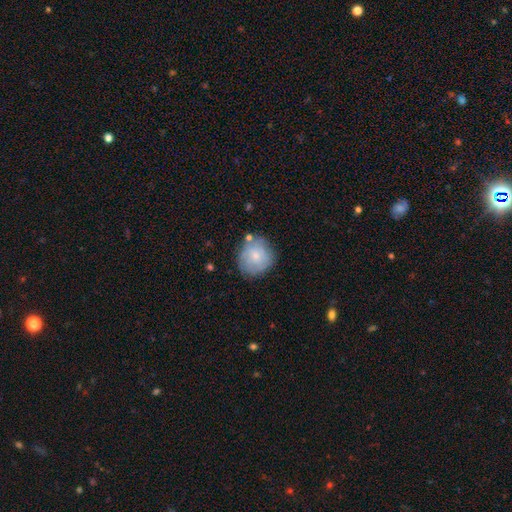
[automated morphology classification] Smooth or featured? smooth (61%)
How rounded? round (85%)
Merging? none (70%)